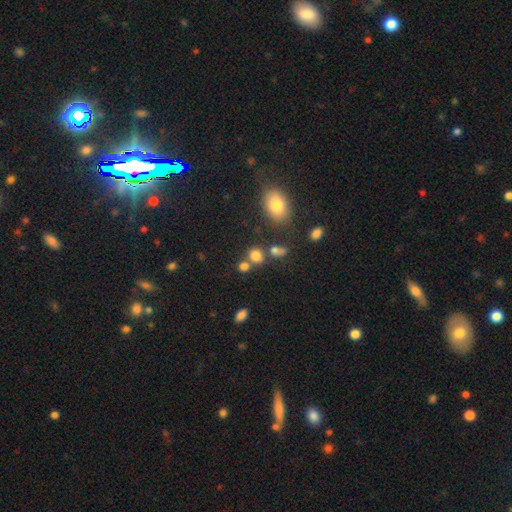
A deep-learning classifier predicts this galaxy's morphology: Smooth or featured?
  - smooth: 77% *
  - star or artifact: 15%
  - featured or disk: 8%
How rounded?
  - round: 70% *
  - in between: 29%
  - cigar-shaped: 1%
Merging?
  - none: 56% *
  - merger: 27%
  - minor disturbance: 11%
  - major disturbance: 5%